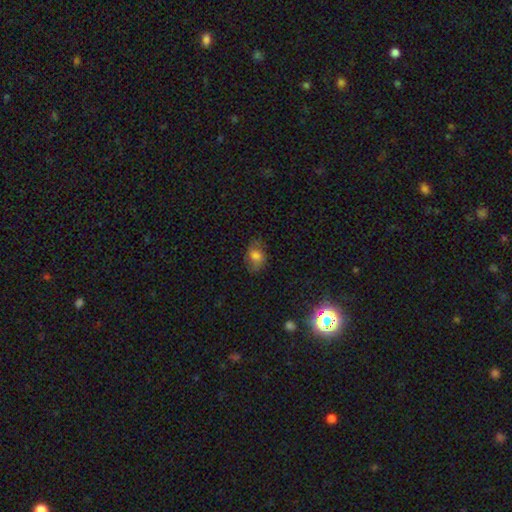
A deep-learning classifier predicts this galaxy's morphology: smooth_or_featured: smooth (p=0.71) [alt: featured or disk p=0.18]
how_rounded: in between (p=0.75) [alt: round p=0.23]
merging: none (p=0.69) [alt: minor disturbance p=0.22]